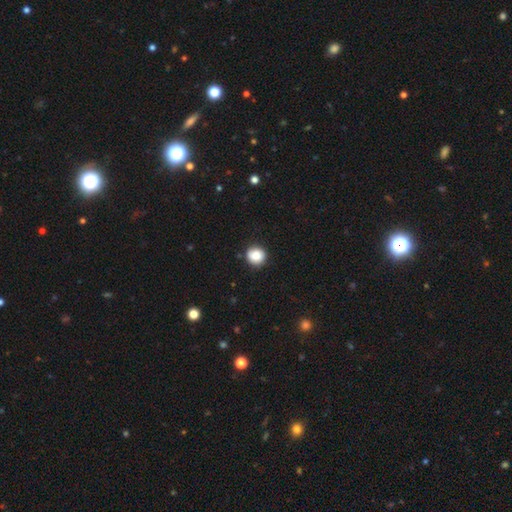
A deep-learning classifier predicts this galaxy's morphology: This appears to be a smooth galaxy with no disk features (85%) that is round (91%). Merging: none (87%).